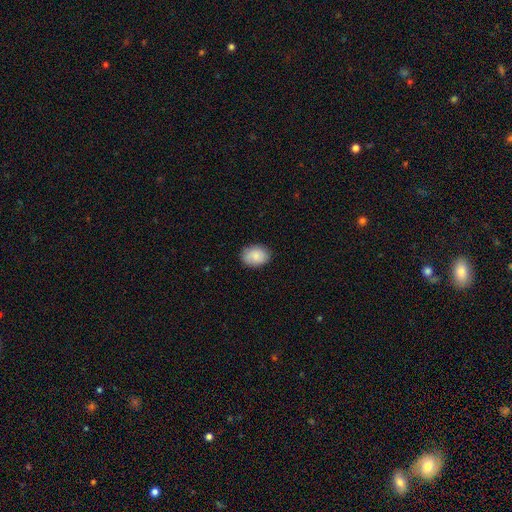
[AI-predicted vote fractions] This appears to be a smooth galaxy with no disk features (86%) that is in between round and cigar-shaped (72%). Merging: none (85%).